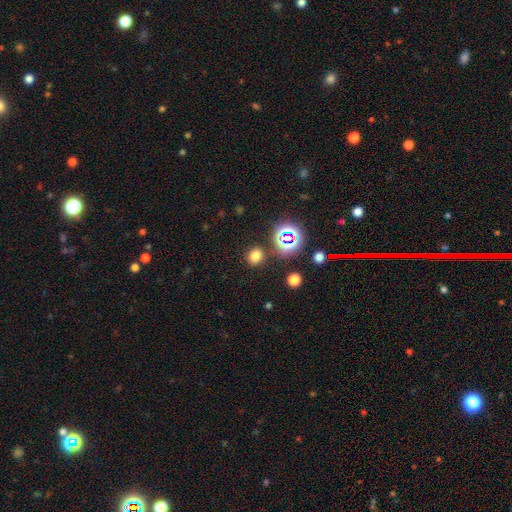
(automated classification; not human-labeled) A smooth galaxy with no disk features (71%) that is round (67%).

Vote fractions:
- Smooth or featured? smooth: 71% / star or artifact: 24% / featured or disk: 5%
- How rounded? round: 67% / in between: 32% / cigar-shaped: 1%
- Merging? none: 84% / minor disturbance: 9% / merger: 4% / major disturbance: 4%